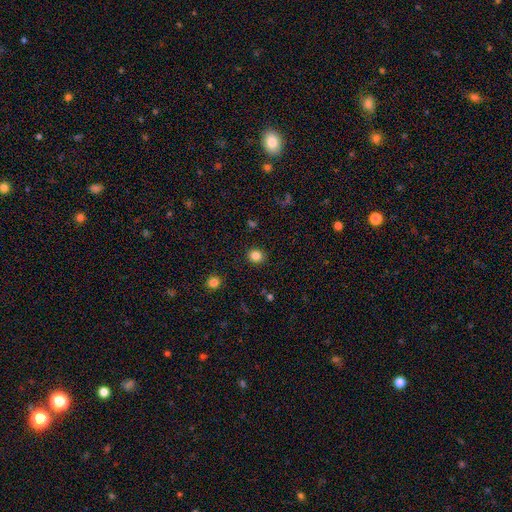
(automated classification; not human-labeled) Morphology: type=smooth (84%); roundness=round (84%); merging=none (91%).